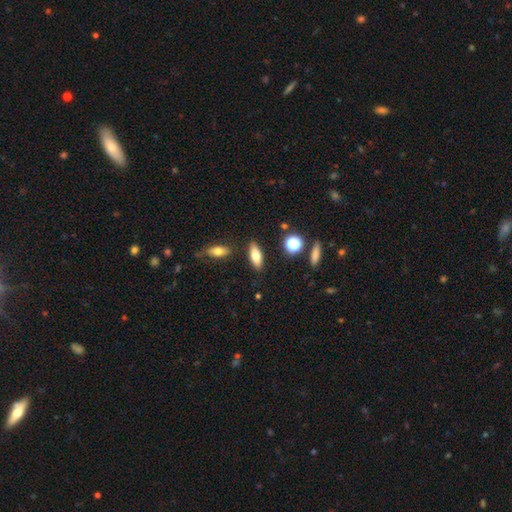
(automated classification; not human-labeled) Smooth or featured?
  - smooth: 68% *
  - featured or disk: 23%
  - star or artifact: 9%
How rounded?
  - in between: 68% *
  - cigar-shaped: 28%
  - round: 4%
Merging?
  - none: 84% *
  - minor disturbance: 10%
  - merger: 4%
  - major disturbance: 3%